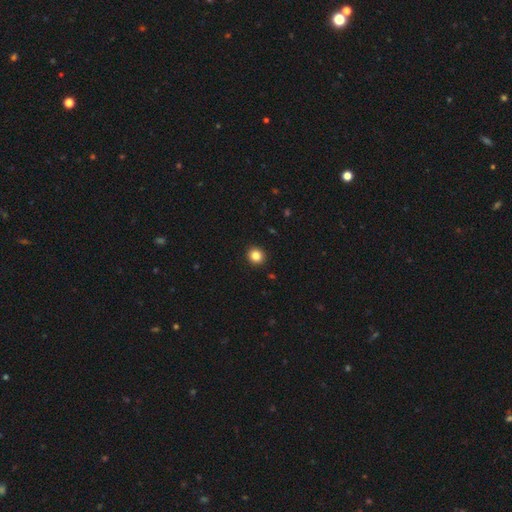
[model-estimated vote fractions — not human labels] smooth_or_featured: smooth (p=0.85) [alt: star or artifact p=0.11]
how_rounded: round (p=0.87) [alt: in between p=0.12]
merging: none (p=0.93) [alt: minor disturbance p=0.05]